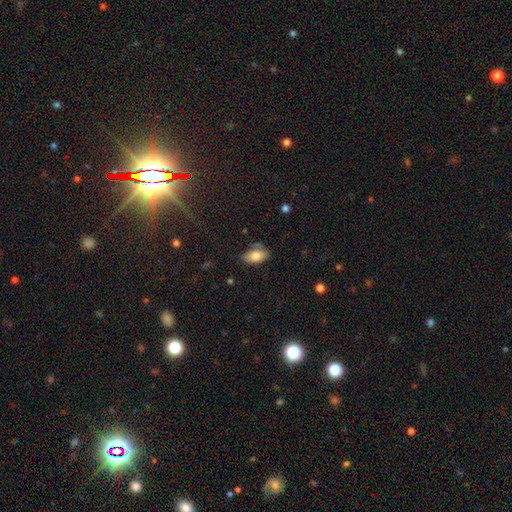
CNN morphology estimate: smooth_or_featured: smooth (p=0.80) [alt: featured or disk p=0.12]
how_rounded: in between (p=0.92) [alt: round p=0.05]
merging: none (p=0.58) [alt: minor disturbance p=0.30]